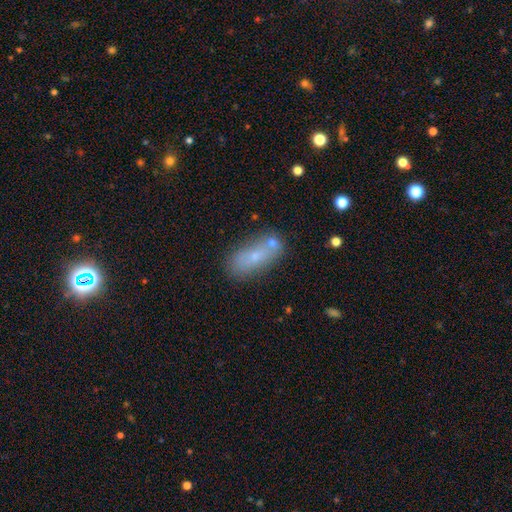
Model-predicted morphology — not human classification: A smooth galaxy with no disk features (65%) that is in between round and cigar-shaped (73%).

Vote fractions:
- Smooth or featured? smooth: 65% / featured or disk: 22% / star or artifact: 12%
- How rounded? in between: 73% / cigar-shaped: 20% / round: 6%
- Merging? none: 62% / merger: 19% / minor disturbance: 14% / major disturbance: 5%